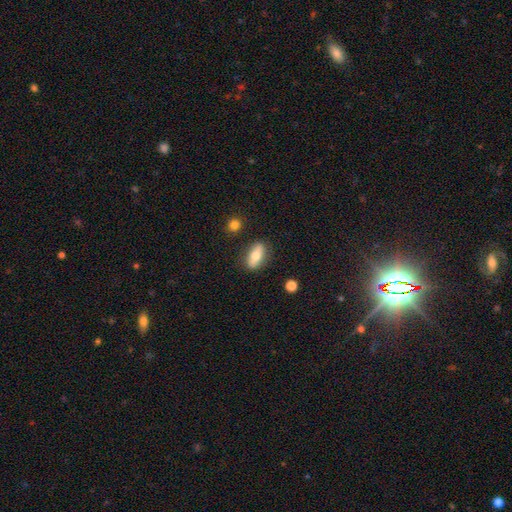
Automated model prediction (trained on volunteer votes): smooth 70%, featured or disk 24%, star or artifact 7%. Down the decision tree: how rounded — in between (76%); merging — none (85%).